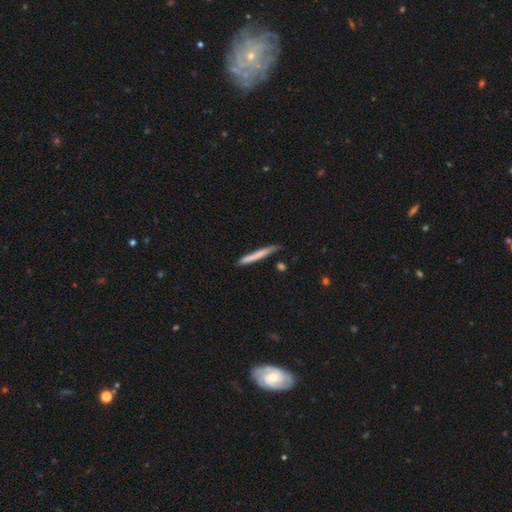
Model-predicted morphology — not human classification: This is likely a smooth galaxy (69%). How rounded: clearly cigar-shaped (96%). Merging: likely none (79%).